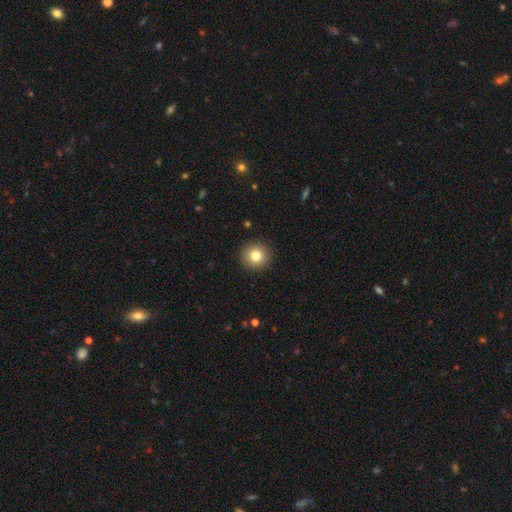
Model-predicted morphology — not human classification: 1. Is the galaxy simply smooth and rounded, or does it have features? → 81% smooth, 10% star or artifact, 9% featured or disk.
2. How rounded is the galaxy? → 94% round, 5% in between, 1% cigar-shaped.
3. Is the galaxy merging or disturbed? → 92% none, 5% minor disturbance, 2% major disturbance, 1% merger.